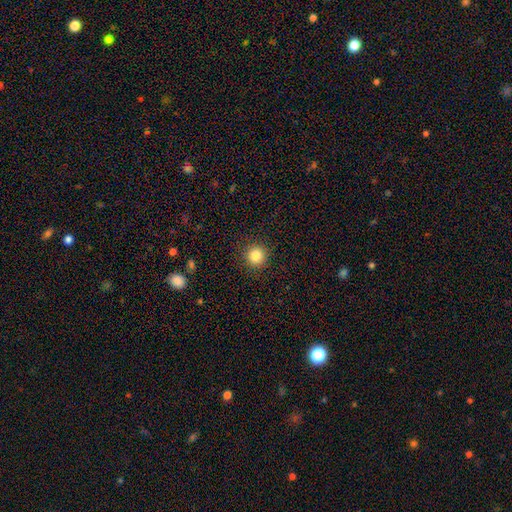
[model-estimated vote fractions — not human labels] Q: Smooth or featured?
A: smooth (84%); runner-up: star or artifact (11%)
Q: How rounded?
A: round (94%); runner-up: in between (5%)
Q: Merging?
A: none (91%); runner-up: minor disturbance (6%)